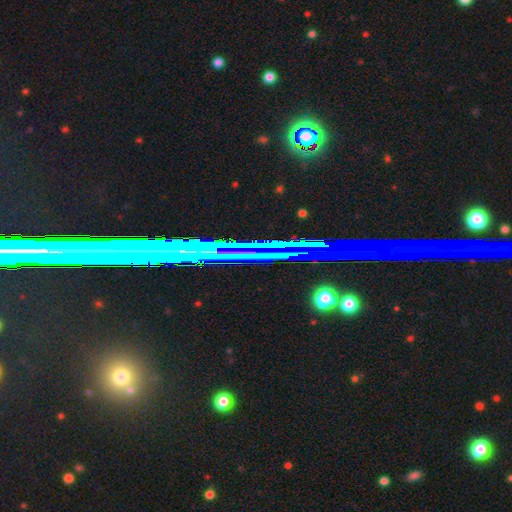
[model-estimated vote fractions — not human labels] Q: Smooth or featured?
A: star or artifact (69%); runner-up: featured or disk (18%)